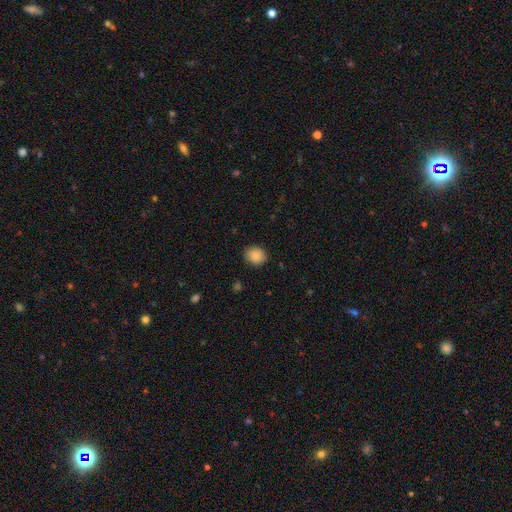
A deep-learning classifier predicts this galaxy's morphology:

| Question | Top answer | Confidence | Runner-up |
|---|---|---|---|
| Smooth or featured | smooth | 86% | star or artifact (8%) |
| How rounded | round | 75% | in between (24%) |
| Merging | none | 88% | minor disturbance (9%) |